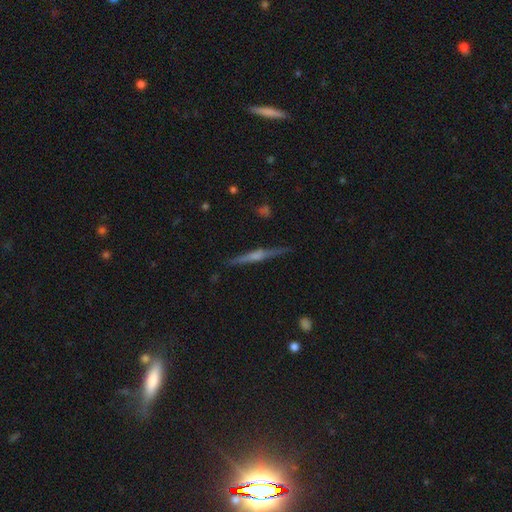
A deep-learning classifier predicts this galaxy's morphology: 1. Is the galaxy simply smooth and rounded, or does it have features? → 72% featured or disk, 20% smooth, 7% star or artifact.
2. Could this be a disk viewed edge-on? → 98% yes, 2% no.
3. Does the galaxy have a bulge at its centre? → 67% rounded, 17% boxy, 16% none.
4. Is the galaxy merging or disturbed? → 89% none, 8% minor disturbance, 2% major disturbance, 1% merger.